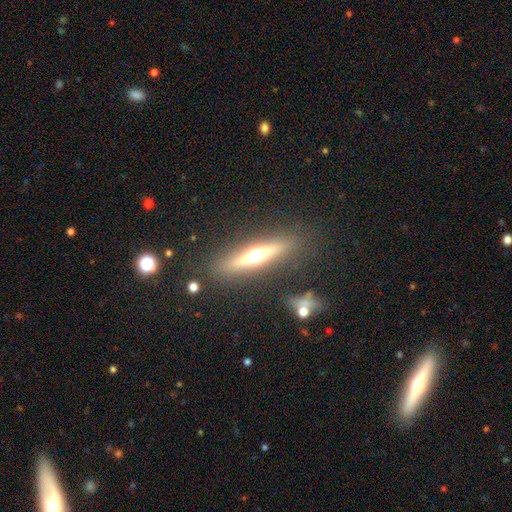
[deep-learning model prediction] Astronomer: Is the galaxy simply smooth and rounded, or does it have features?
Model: featured or disk — 65%.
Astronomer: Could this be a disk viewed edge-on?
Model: yes — 93%.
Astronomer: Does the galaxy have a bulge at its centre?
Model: rounded — 95%.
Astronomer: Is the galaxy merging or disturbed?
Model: none — 86%.